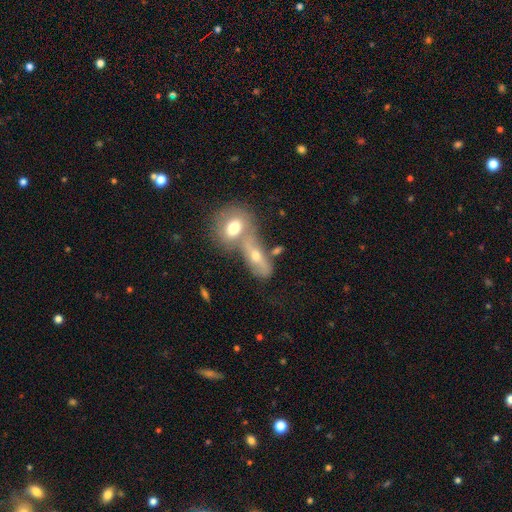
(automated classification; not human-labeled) Smooth or featured? smooth (49%)
Merging? merger (61%)